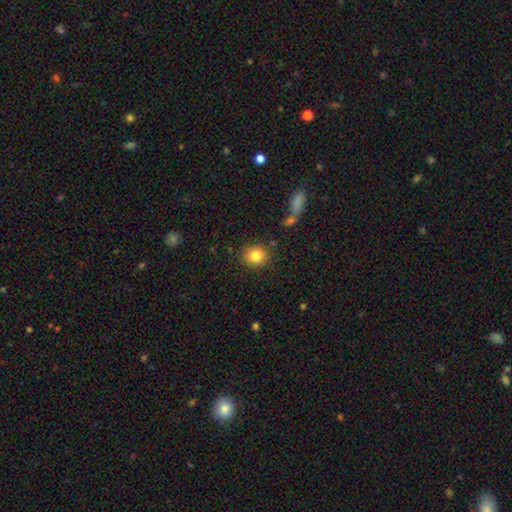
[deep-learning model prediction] Q: Smooth or featured?
A: smooth (83%); runner-up: star or artifact (10%)
Q: How rounded?
A: round (67%); runner-up: in between (32%)
Q: Merging?
A: none (84%); runner-up: minor disturbance (10%)